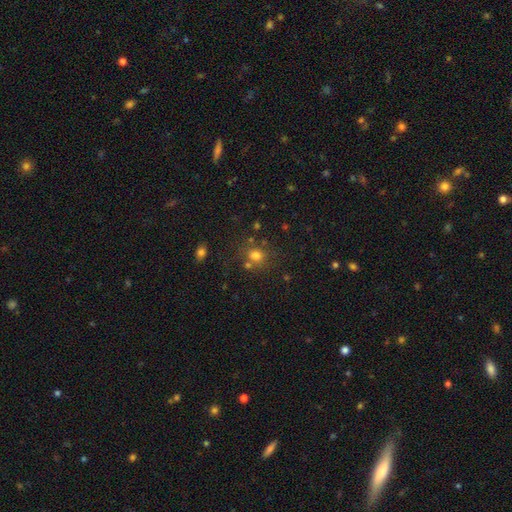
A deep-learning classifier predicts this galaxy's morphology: A smooth galaxy with no disk features (74%) that is round (74%).

Vote fractions:
- Smooth or featured? smooth: 74% / star or artifact: 17% / featured or disk: 9%
- How rounded? round: 74% / in between: 25% / cigar-shaped: 1%
- Merging? none: 66% / merger: 17% / minor disturbance: 12% / major disturbance: 5%